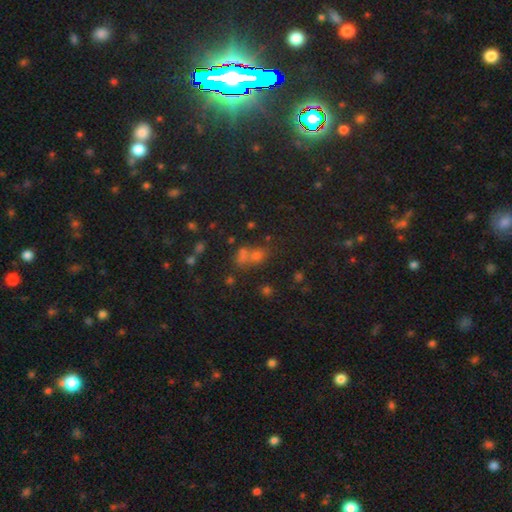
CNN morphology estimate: Smooth or featured?
  - smooth: 48% *
  - star or artifact: 39%
  - featured or disk: 13%
Merging?
  - merger: 42% * (tied)
  - none: 42% * (tied)
  - minor disturbance: 10%
  - major disturbance: 6%